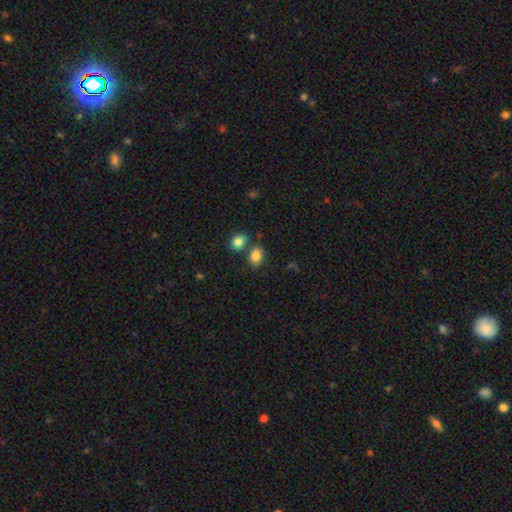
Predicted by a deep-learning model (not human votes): Morphology: type=smooth (84%); roundness=in between (64%); merging=none (65%).